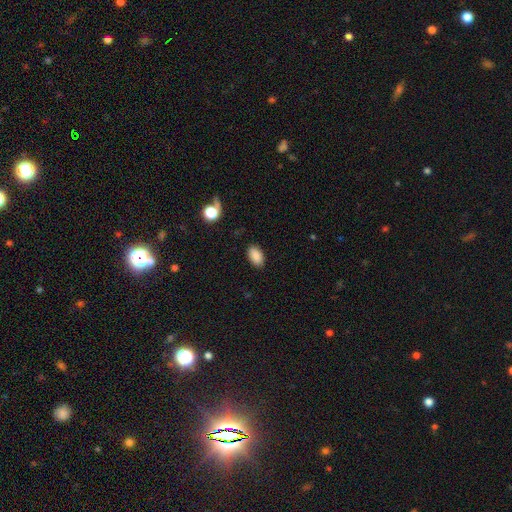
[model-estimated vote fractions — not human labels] smooth_or_featured: smooth (p=0.87) [alt: star or artifact p=0.09]
how_rounded: in between (p=0.91) [alt: round p=0.07]
merging: none (p=0.86) [alt: minor disturbance p=0.10]